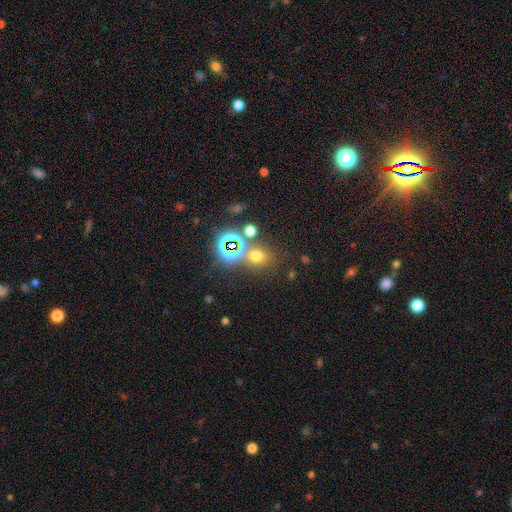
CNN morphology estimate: This is possibly a smooth galaxy (57%). How rounded: likely round (67%). Merging: likely none (66%).